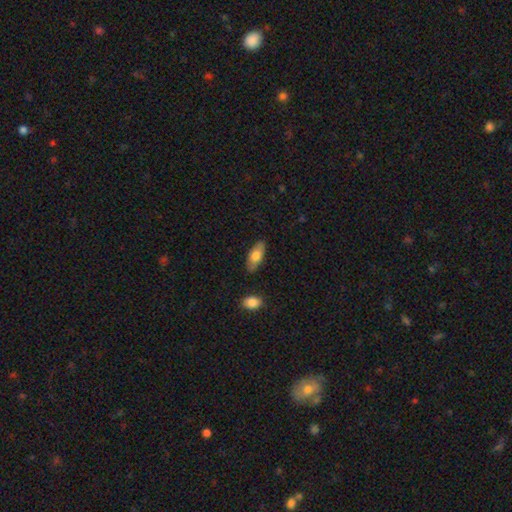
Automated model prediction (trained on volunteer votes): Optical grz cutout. It shows a smooth galaxy with no disk features (72%) that is in between round and cigar-shaped (82%). Merging: none (84%).